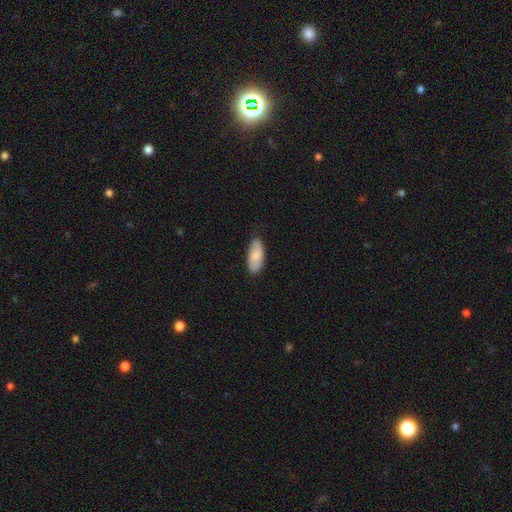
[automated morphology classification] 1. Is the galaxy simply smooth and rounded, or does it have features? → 77% smooth, 17% featured or disk, 6% star or artifact.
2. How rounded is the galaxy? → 88% in between, 10% cigar-shaped, 2% round.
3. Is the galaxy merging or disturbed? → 81% none, 16% minor disturbance, 2% major disturbance, 1% merger.